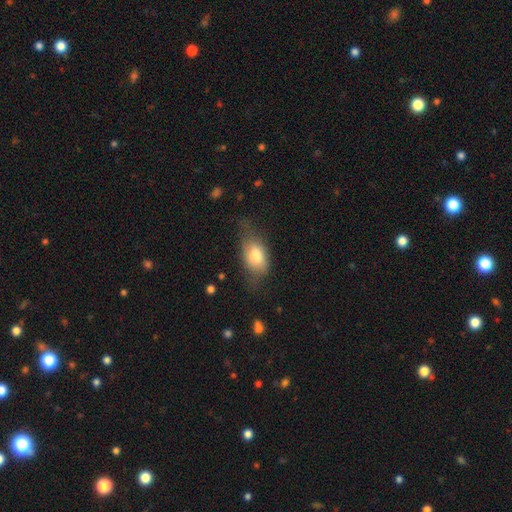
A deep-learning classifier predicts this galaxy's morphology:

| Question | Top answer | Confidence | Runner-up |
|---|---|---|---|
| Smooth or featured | smooth | 74% | featured or disk (18%) |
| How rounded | in between | 86% | round (10%) |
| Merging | none | 51% | minor disturbance (31%) |